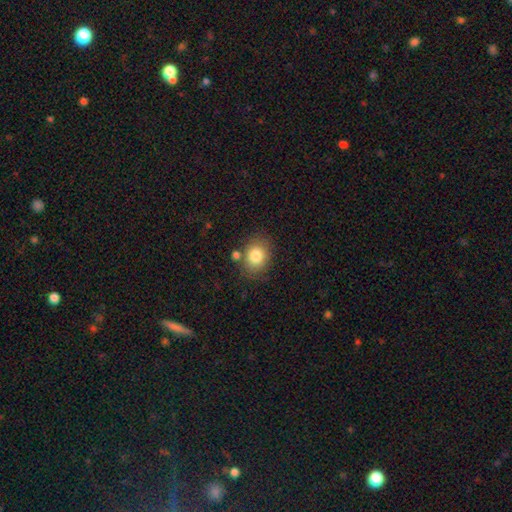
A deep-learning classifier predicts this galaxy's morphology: Overall: smooth (82%). How rounded: round (50%; in between 49%). Merging: none (76%).